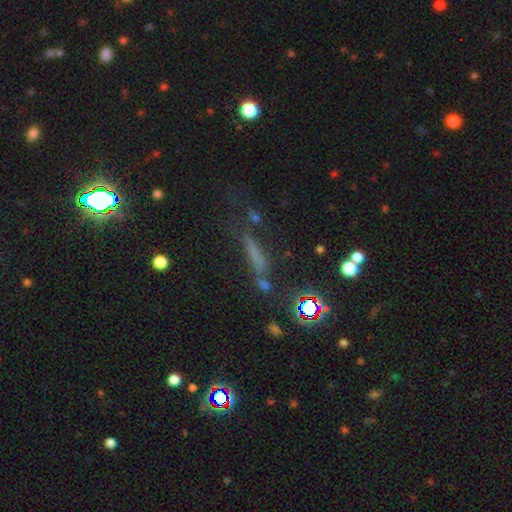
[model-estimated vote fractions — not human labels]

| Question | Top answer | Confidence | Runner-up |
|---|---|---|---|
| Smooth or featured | smooth | 48% | star or artifact (28%) |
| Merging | none | 60% | minor disturbance (20%) |